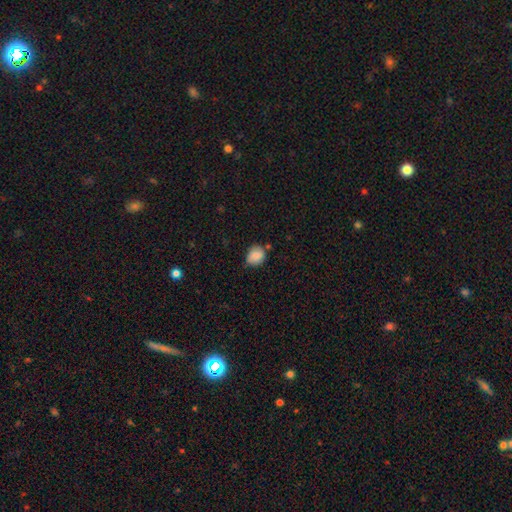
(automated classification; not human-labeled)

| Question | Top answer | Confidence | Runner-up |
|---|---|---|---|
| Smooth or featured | smooth | 82% | featured or disk (9%) |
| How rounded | round | 65% | in between (34%) |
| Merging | none | 68% | minor disturbance (23%) |